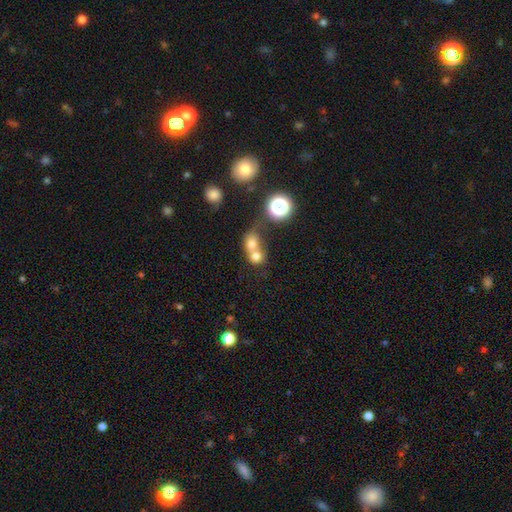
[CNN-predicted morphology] A smooth galaxy with no disk features (70%) that is round (72%).

Vote fractions:
- Smooth or featured? smooth: 70% / featured or disk: 15% / star or artifact: 15%
- How rounded? round: 72% / in between: 27% / cigar-shaped: 1%
- Merging? merger: 66% / none: 25% / minor disturbance: 5% / major disturbance: 4%